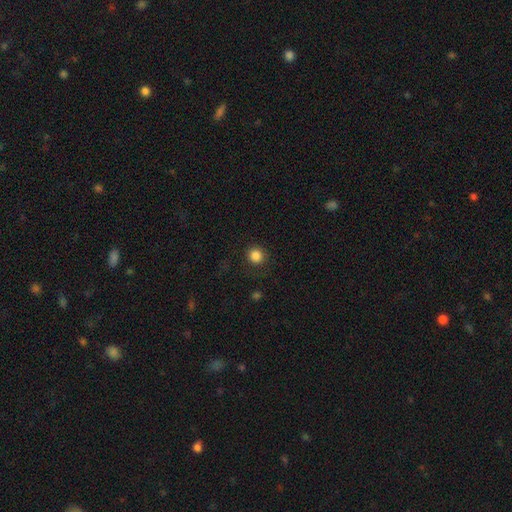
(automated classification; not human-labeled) Morphology: type=smooth (85%); roundness=round (93%); merging=none (88%).